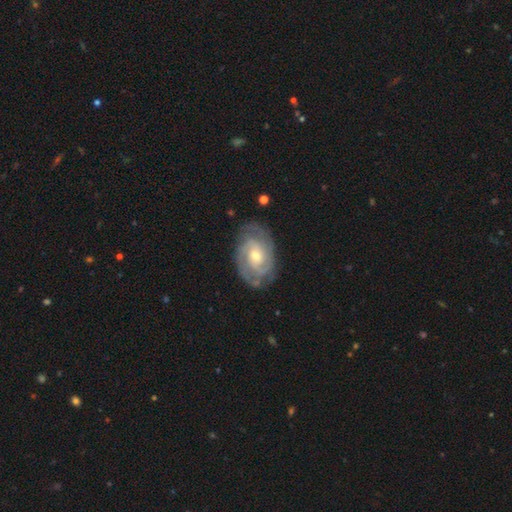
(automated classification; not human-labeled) This appears to be a featured or disk galaxy (86%) with no bar (60%), 2 (35%) tight (67%) spiral arms (96%) and a moderate central bulge (51%). Merging: none (78%).